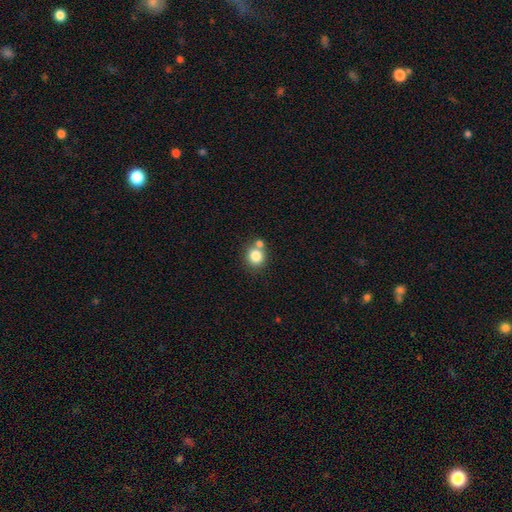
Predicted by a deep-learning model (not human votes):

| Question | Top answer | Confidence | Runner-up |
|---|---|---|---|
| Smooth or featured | smooth | 81% | star or artifact (11%) |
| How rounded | round | 85% | in between (14%) |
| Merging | none | 58% | merger (30%) |